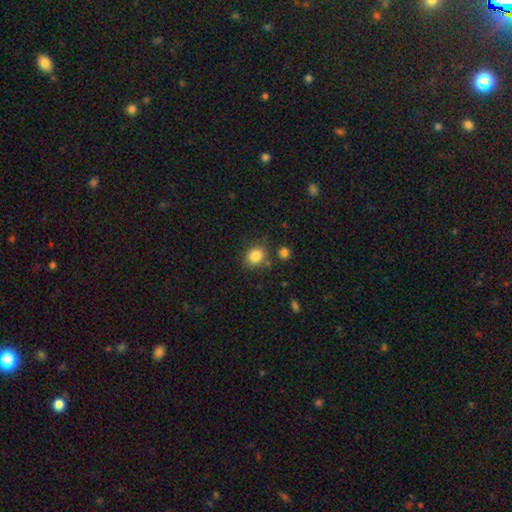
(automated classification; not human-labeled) Smooth or featured? smooth (85%)
How rounded? round (59%)
Merging? none (77%)